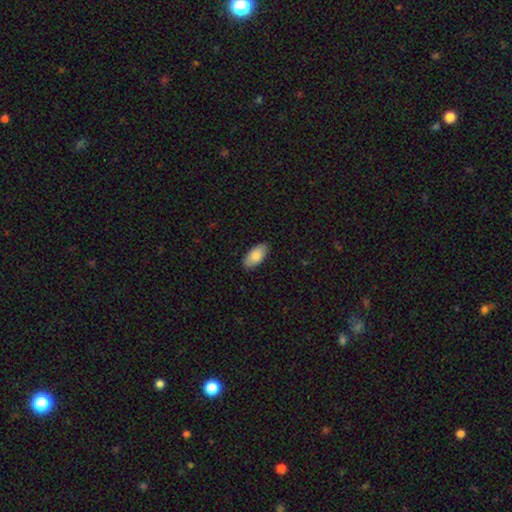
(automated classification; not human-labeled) The model was most divided on "smooth or featured": smooth: 84%, featured or disk: 10%, star or artifact: 6%. More confident: how rounded — in between (92%); merging — none (87%).